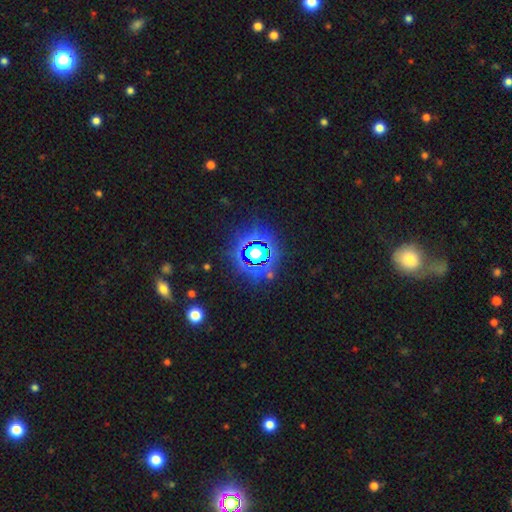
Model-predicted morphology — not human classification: Smooth or featured? star or artifact (80%)